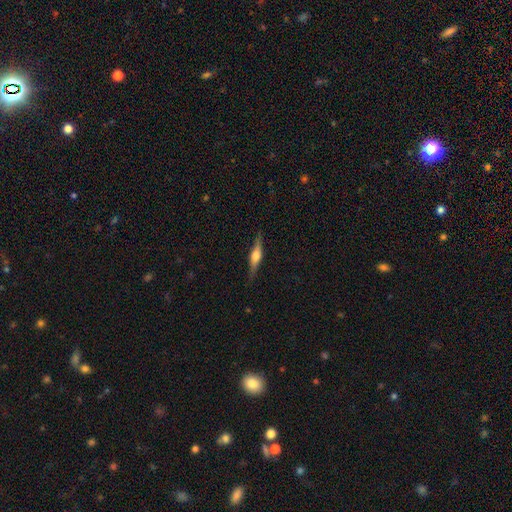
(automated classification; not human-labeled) Smooth or featured? Predicted: featured or disk (p=0.68). Edge-on disk? Predicted: yes (p=0.97). Edge-on bulge? Predicted: rounded (p=0.88). Merging? Predicted: none (p=0.87).